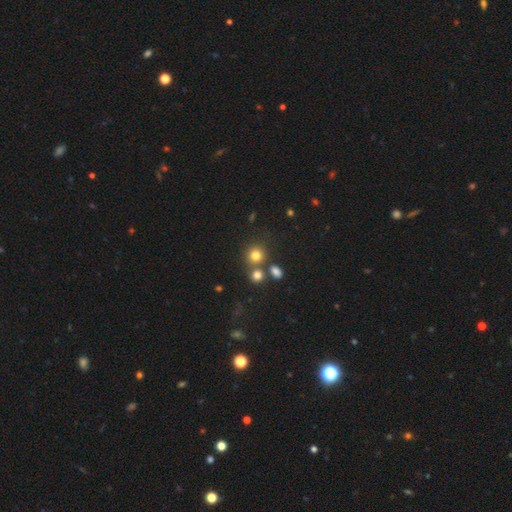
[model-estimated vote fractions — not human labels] smooth 77%, star or artifact 16%, featured or disk 8%. Down the decision tree: how rounded — round (87%); merging — none (67%).